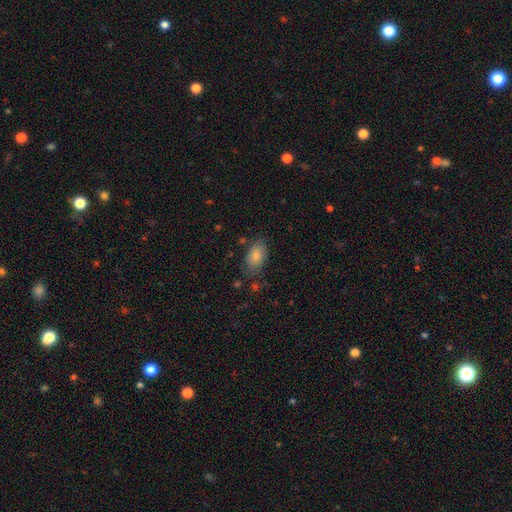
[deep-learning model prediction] smooth-or-featured: smooth: 85% | featured or disk: 8% | star or artifact: 7%
  how-rounded: in between: 92% | round: 5% | cigar-shaped: 2%
  merging: none: 72% | minor disturbance: 19% | major disturbance: 6% | merger: 3%